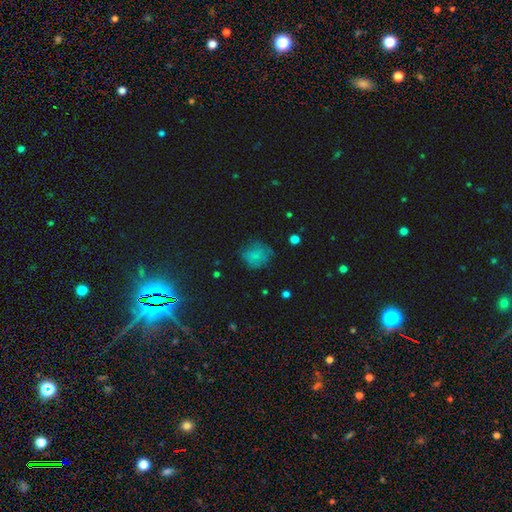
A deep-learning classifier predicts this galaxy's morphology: Smooth or featured?
  - smooth: 74% *
  - star or artifact: 13%
  - featured or disk: 13%
How rounded?
  - round: 81% *
  - in between: 18%
  - cigar-shaped: 1%
Merging?
  - none: 62% *
  - minor disturbance: 26%
  - major disturbance: 10%
  - merger: 2%